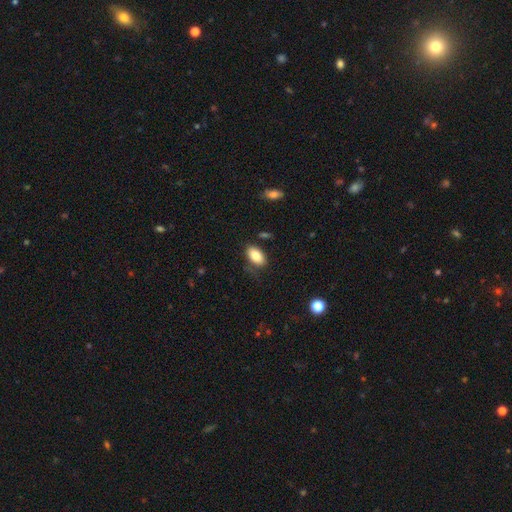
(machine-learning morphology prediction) Smooth or featured?
  - smooth: 82% *
  - featured or disk: 10%
  - star or artifact: 7%
How rounded?
  - in between: 93% *
  - round: 5%
  - cigar-shaped: 2%
Merging?
  - none: 75% *
  - minor disturbance: 17%
  - major disturbance: 5%
  - merger: 3%